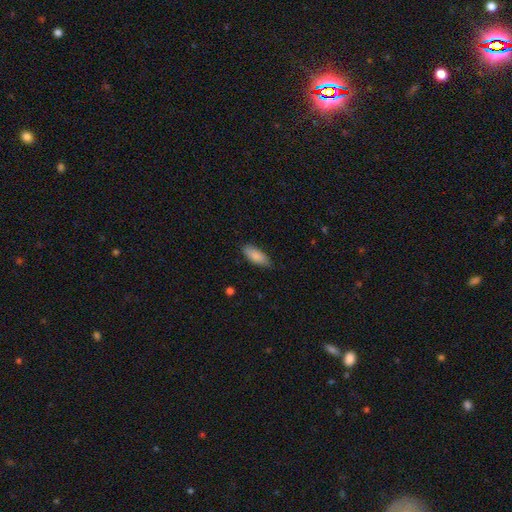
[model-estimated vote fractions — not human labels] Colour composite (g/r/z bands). It shows a smooth galaxy with no disk features (86%) that is in between round and cigar-shaped (81%). Merging: none (81%).